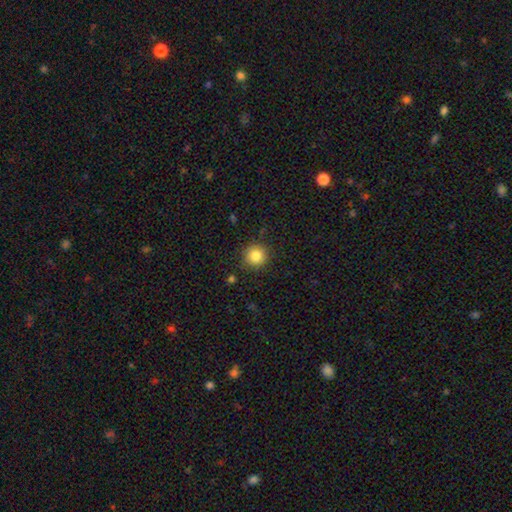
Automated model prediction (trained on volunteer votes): Smooth or featured?
  - smooth: 84% *
  - star or artifact: 11%
  - featured or disk: 6%
How rounded?
  - round: 93% *
  - in between: 6%
  - cigar-shaped: 1%
Merging?
  - none: 88% *
  - minor disturbance: 8%
  - major disturbance: 2%
  - merger: 1%